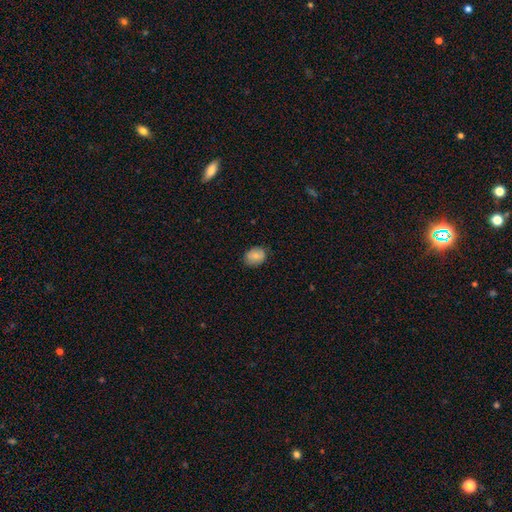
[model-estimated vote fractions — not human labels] smooth 78%, featured or disk 14%, star or artifact 8%. Down the decision tree: how rounded — in between (58%); merging — none (80%).